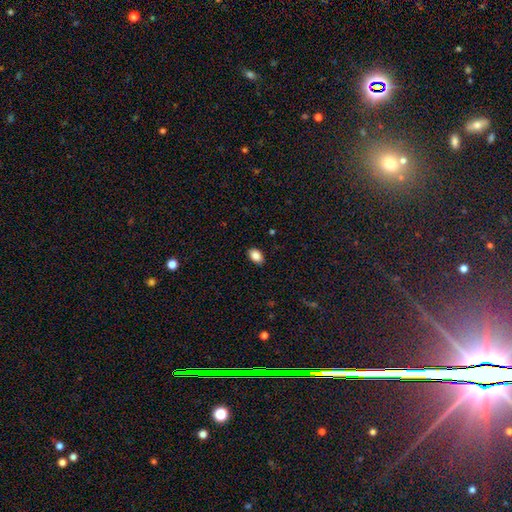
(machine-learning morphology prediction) smooth_or_featured: smooth (p=0.88) [alt: star or artifact p=0.08]
how_rounded: in between (p=0.86) [alt: round p=0.12]
merging: none (p=0.86) [alt: minor disturbance p=0.11]